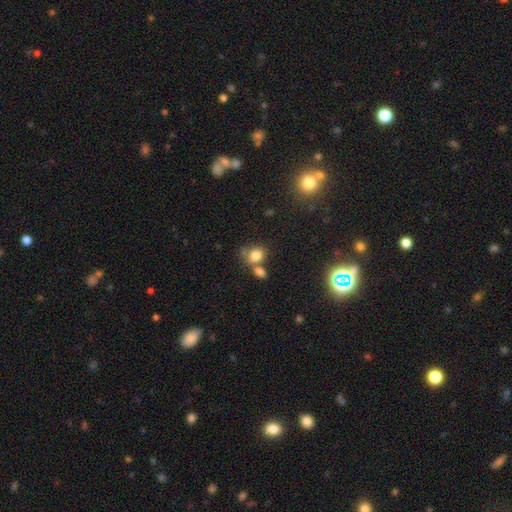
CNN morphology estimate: The model was most divided on "how rounded": round: 55%, in between: 43%, cigar-shaped: 1%. Remaining: smooth or featured — smooth (80%); merging — none (47%).